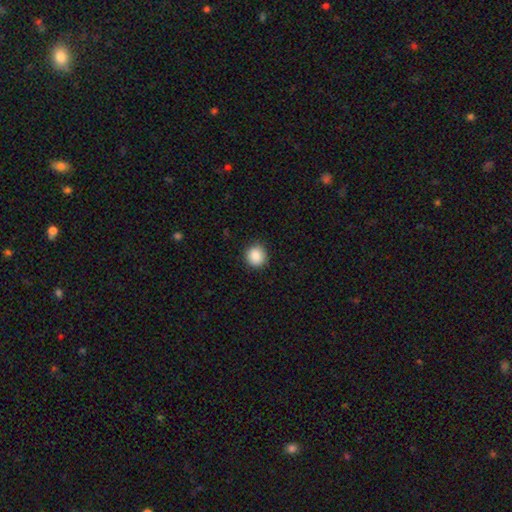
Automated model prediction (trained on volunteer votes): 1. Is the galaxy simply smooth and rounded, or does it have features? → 88% smooth, 8% star or artifact, 3% featured or disk.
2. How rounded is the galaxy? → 90% round, 9% in between, 1% cigar-shaped.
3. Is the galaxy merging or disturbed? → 89% none, 8% minor disturbance, 2% major disturbance, 1% merger.